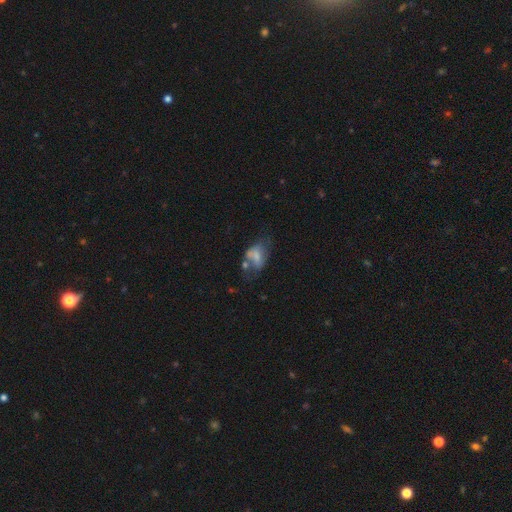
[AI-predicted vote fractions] A smooth galaxy with no disk features (53%) that is in between round and cigar-shaped (84%).

Vote fractions:
- Smooth or featured? smooth: 53% / featured or disk: 36% / star or artifact: 11%
- How rounded? in between: 84% / round: 14% / cigar-shaped: 2%
- Merging? major disturbance: 27% / none: 26% / minor disturbance: 23% / merger: 23%